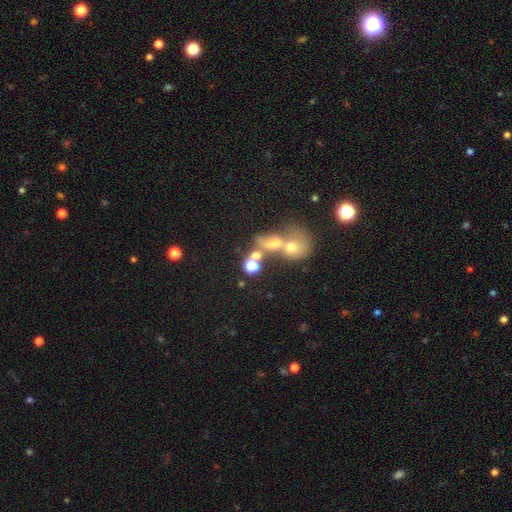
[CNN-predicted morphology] type=smooth (60%); roundness=round (60%); merging=merger (59%).